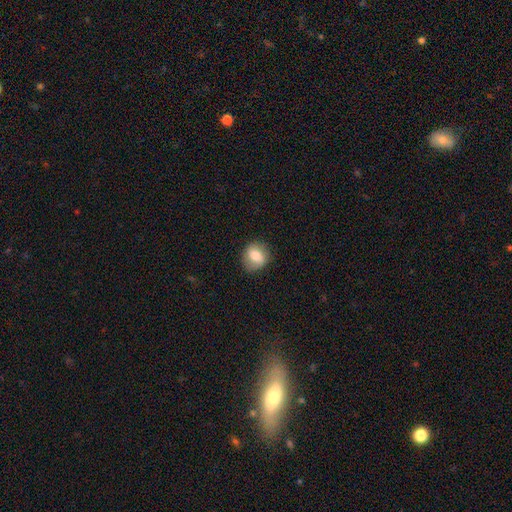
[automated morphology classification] Overall: smooth (68%). How rounded: round (70%). Merging: none (83%).